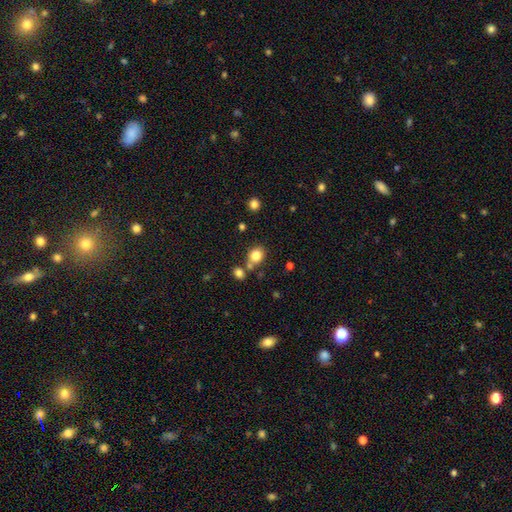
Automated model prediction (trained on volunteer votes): Smooth or featured?
  - smooth: 81% *
  - star or artifact: 12%
  - featured or disk: 7%
How rounded?
  - round: 67% *
  - in between: 32%
  - cigar-shaped: 1%
Merging?
  - none: 67% *
  - merger: 19%
  - minor disturbance: 11%
  - major disturbance: 3%